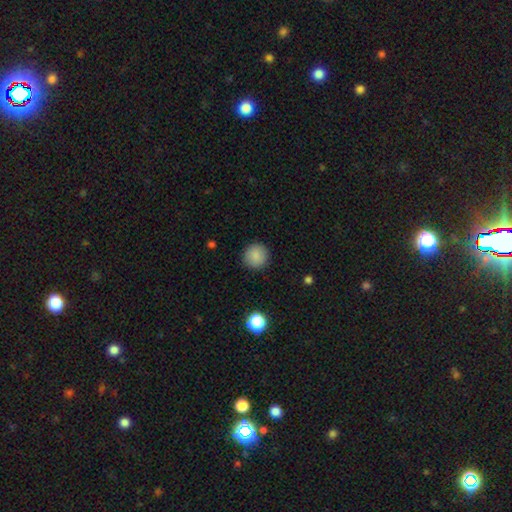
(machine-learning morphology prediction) A smooth galaxy with no disk features (87%) that is round (94%). Merging: none (91%).